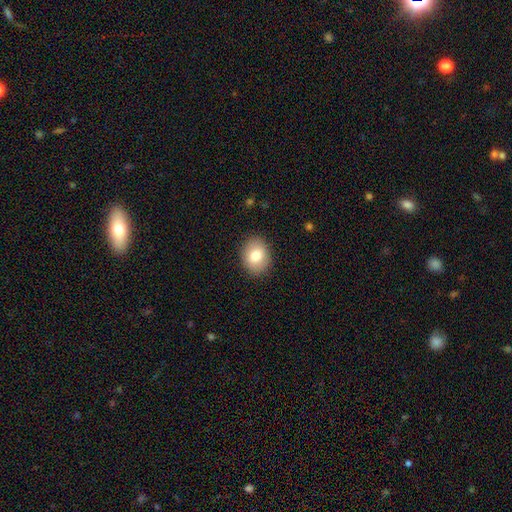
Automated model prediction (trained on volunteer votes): Morphology: type=smooth (79%); roundness=in between (59%); merging=none (89%).